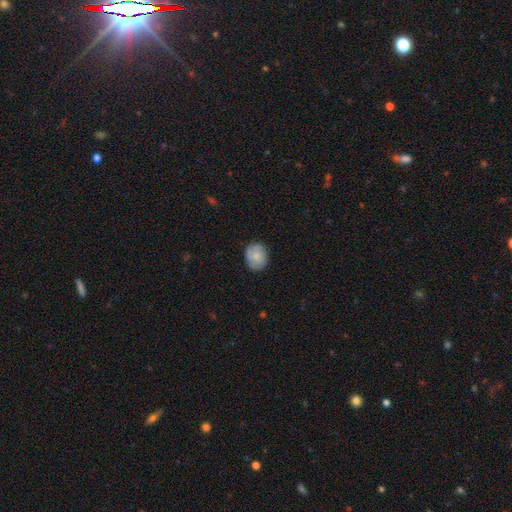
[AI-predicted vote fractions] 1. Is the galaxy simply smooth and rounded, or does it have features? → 69% smooth, 24% featured or disk, 7% star or artifact.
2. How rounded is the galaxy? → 63% round, 36% in between, 1% cigar-shaped.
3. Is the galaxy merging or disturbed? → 79% none, 16% minor disturbance, 3% major disturbance, 1% merger.